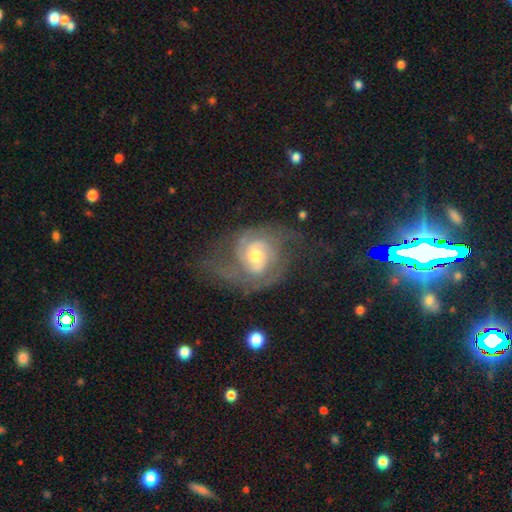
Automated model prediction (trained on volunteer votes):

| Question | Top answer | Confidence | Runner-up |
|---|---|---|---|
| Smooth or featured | featured or disk | 86% | smooth (9%) |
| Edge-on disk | no | 97% | yes (3%) |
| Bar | no | 62% | weak (32%) |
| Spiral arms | yes | 95% | no (5%) |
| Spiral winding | tight | 48% | medium (40%) |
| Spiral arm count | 2 | 56% | can't tell (18%) |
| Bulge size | moderate | 67% | small (24%) |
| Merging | none | 57% | minor disturbance (21%) |